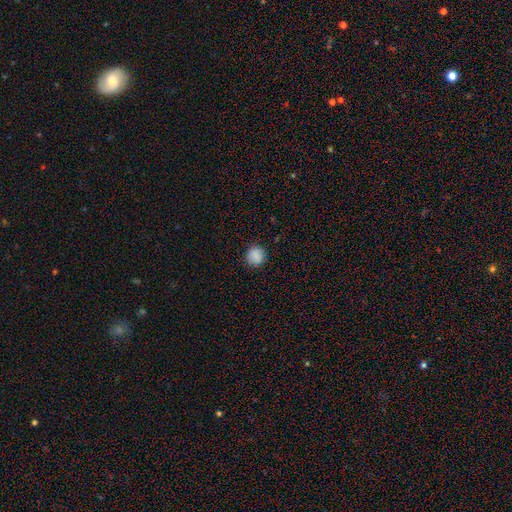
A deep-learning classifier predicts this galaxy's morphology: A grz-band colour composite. It shows a smooth galaxy with no disk features (87%) that is round (91%). Merging: none (88%).